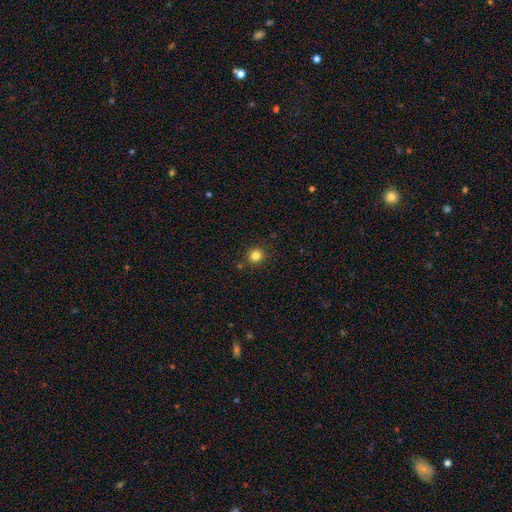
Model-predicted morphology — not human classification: This appears to be a smooth galaxy with no disk features (82%) that is round (93%). Merging: none (88%).